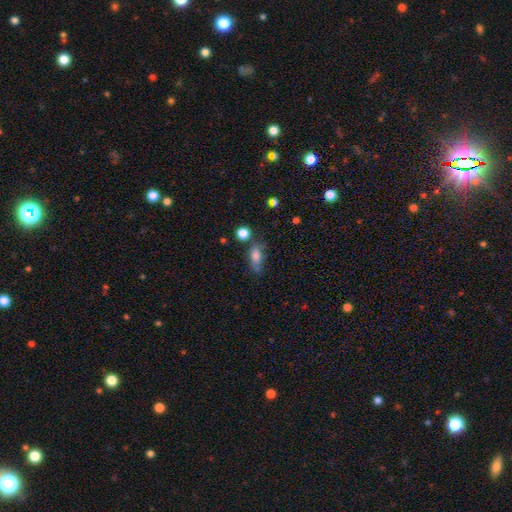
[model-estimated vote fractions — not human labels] Morphology: type=smooth (76%); roundness=in between (76%); merging=none (51%).